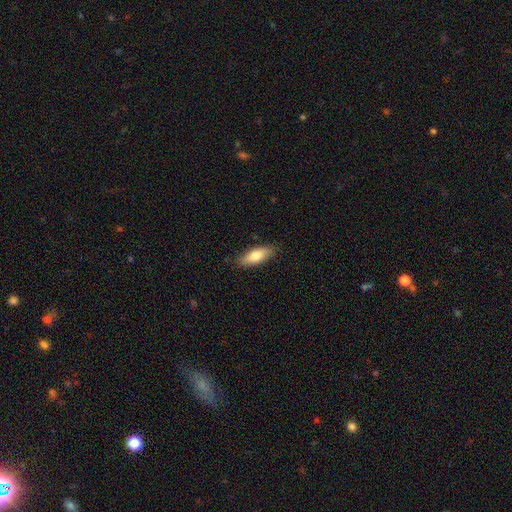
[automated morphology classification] The model was most divided on "how rounded": in between: 65%, cigar-shaped: 33%, round: 2%. More confident: merging — none (86%); smooth or featured — smooth (76%).